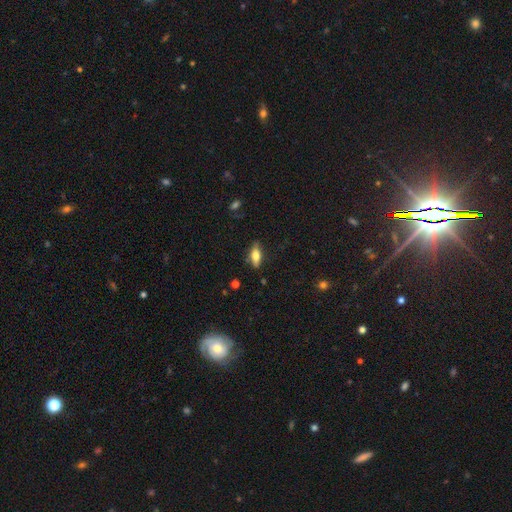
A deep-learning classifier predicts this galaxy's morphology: smooth 64%, featured or disk 29%, star or artifact 7%. Down the decision tree: how rounded — in between (68%); merging — none (76%).